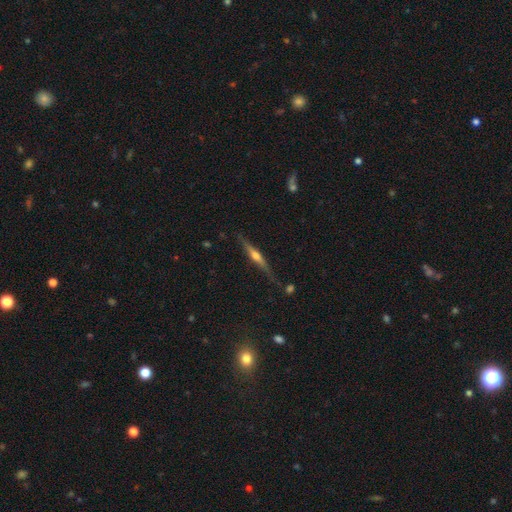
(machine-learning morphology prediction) smooth_or_featured: featured or disk (p=0.72) [alt: smooth p=0.22]
disk_edge_on: yes (p=0.97) [alt: no p=0.03]
edge_on_bulge: rounded (p=0.87) [alt: none p=0.08]
merging: none (p=0.78) [alt: minor disturbance p=0.15]